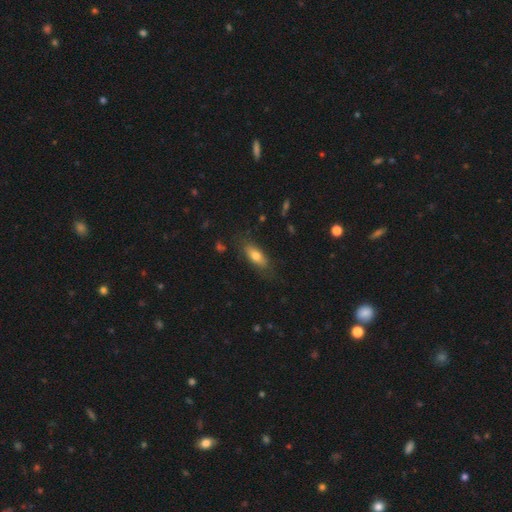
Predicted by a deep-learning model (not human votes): The model was most divided on "smooth or featured": smooth: 71%, featured or disk: 22%, star or artifact: 7%. More confident: merging — none (76%); how rounded — in between (73%).